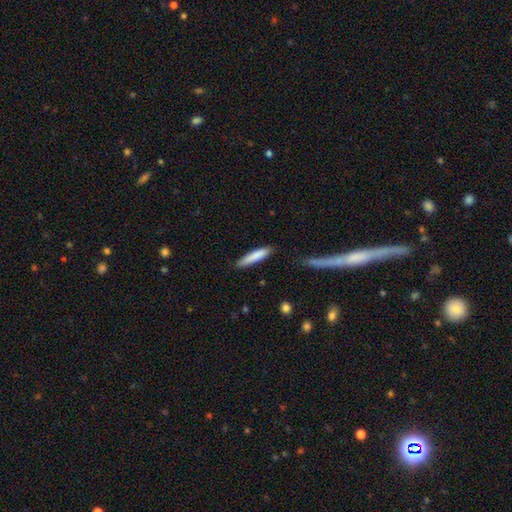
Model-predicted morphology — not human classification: Smooth or featured?
  - smooth: 82% *
  - featured or disk: 12%
  - star or artifact: 6%
How rounded?
  - cigar-shaped: 86% *
  - in between: 13%
  - round: 1%
Merging?
  - none: 83% *
  - minor disturbance: 12%
  - major disturbance: 2%
  - merger: 2%